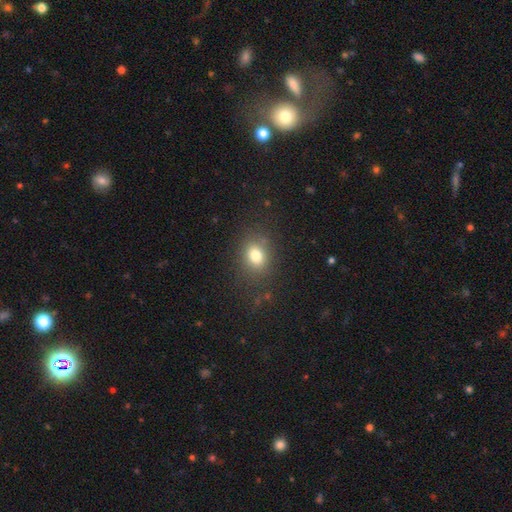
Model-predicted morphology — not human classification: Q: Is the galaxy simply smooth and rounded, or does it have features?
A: smooth — 78%.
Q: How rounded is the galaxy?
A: in between — 52%.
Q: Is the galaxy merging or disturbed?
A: none — 81%.